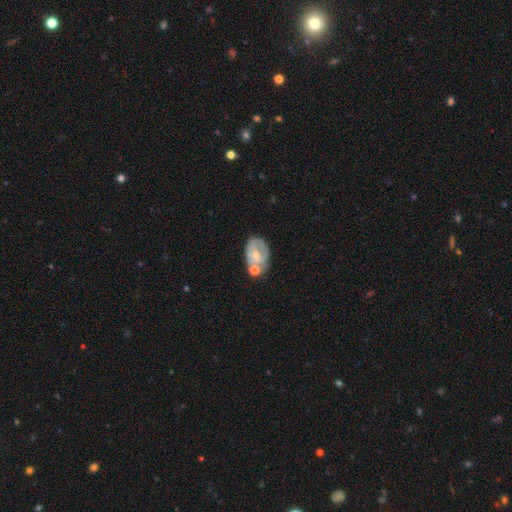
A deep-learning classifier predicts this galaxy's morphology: smooth_or_featured: featured or disk (p=0.49) [alt: smooth p=0.43]
merging: none (p=0.43) [alt: minor disturbance p=0.23]